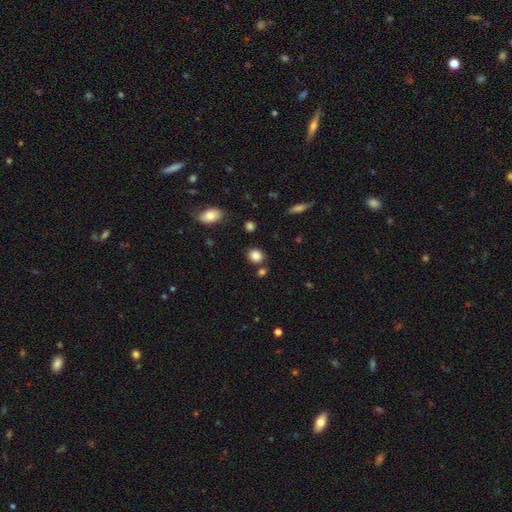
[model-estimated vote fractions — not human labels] smooth 85%, star or artifact 10%, featured or disk 4%. Down the decision tree: how rounded — round (74%); merging — none (80%).